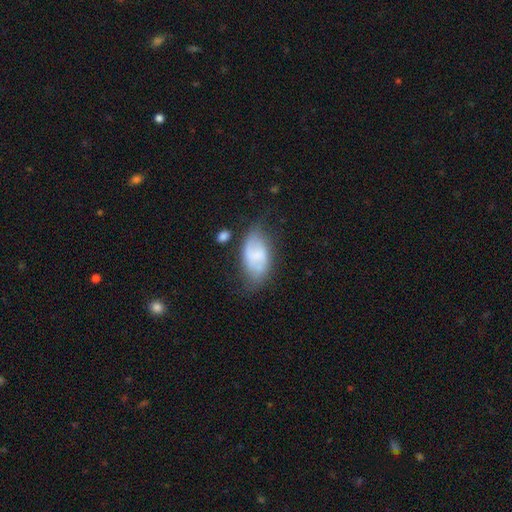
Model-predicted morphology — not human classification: Smooth or featured? Predicted: smooth (p=0.50). How rounded? Predicted: in between (p=0.92). Merging? Predicted: none (p=0.47).